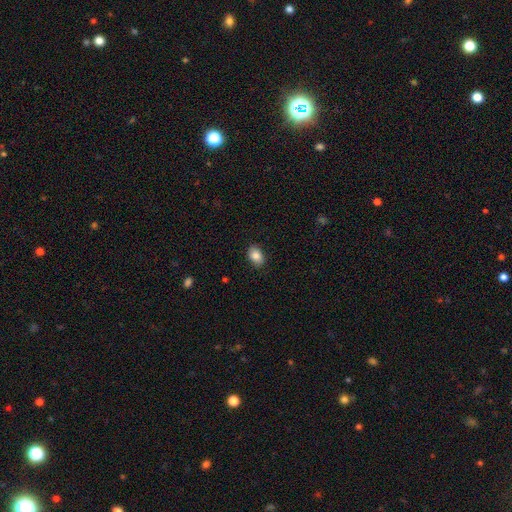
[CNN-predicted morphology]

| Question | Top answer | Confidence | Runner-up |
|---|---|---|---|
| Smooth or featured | smooth | 85% | star or artifact (8%) |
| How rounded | in between | 82% | round (17%) |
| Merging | none | 87% | minor disturbance (10%) |